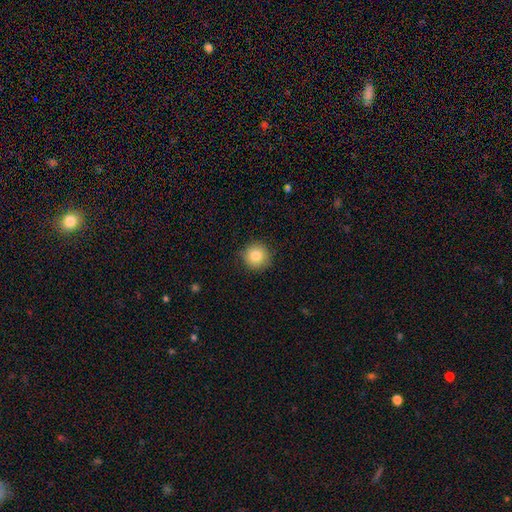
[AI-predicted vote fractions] Smooth or featured? Predicted: smooth (p=0.84). How rounded? Predicted: round (p=0.94). Merging? Predicted: none (p=0.88).